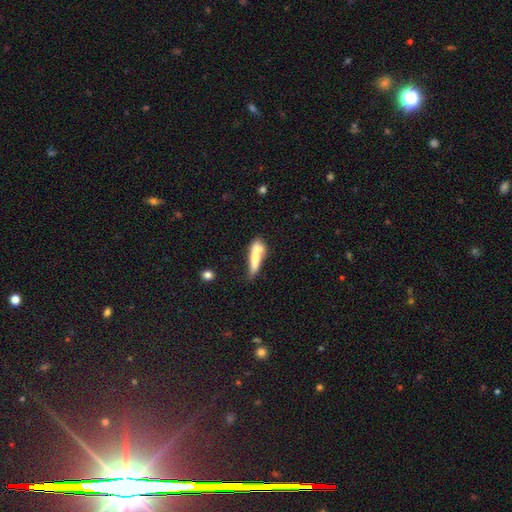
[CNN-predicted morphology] The model was most divided on "merging": none: 33%, merger: 31%, minor disturbance: 22%, major disturbance: 13%. More confident: how rounded — cigar-shaped (71%); smooth or featured — smooth (63%).